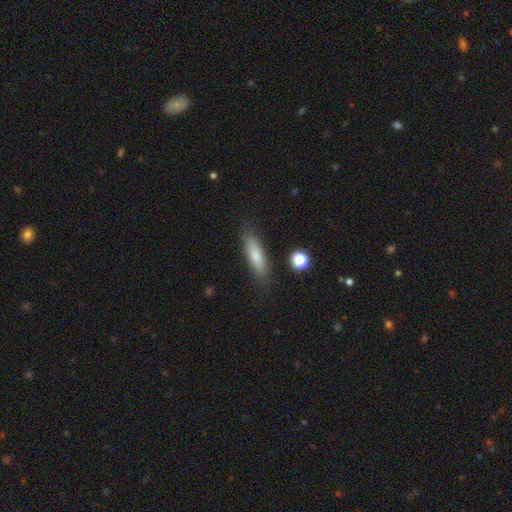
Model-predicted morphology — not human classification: Smooth or featured? Predicted: smooth (p=0.74). How rounded? Predicted: cigar-shaped (p=0.68). Merging? Predicted: none (p=0.84).